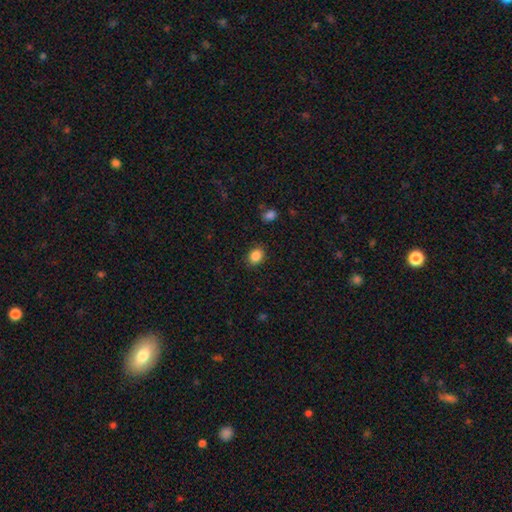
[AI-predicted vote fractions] The model was most divided on "how rounded": in between: 60%, round: 39%, cigar-shaped: 1%. More confident: smooth or featured — smooth (87%); merging — none (86%).